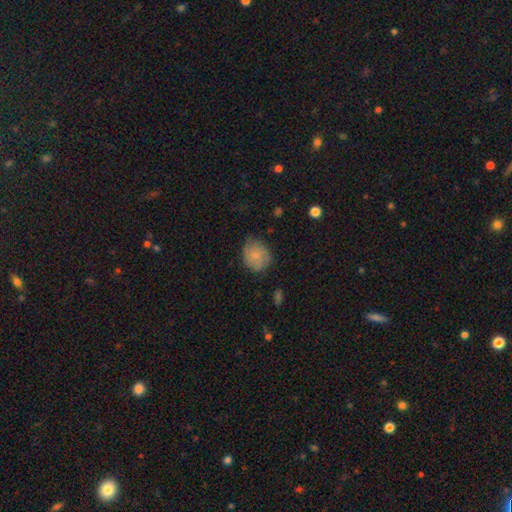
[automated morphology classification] The model was most divided on "how rounded": round: 67%, in between: 32%, cigar-shaped: 1%. More confident: smooth or featured — smooth (67%); merging — none (64%).